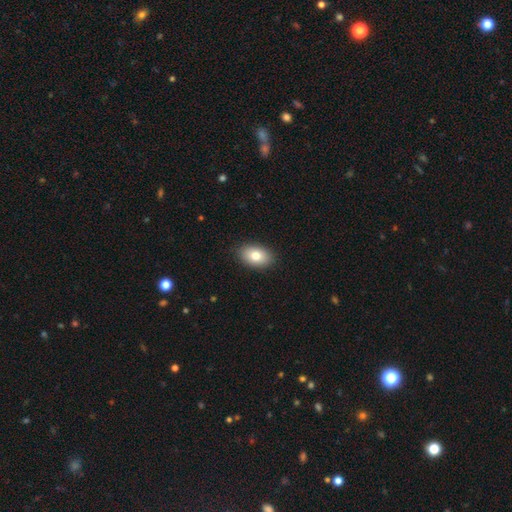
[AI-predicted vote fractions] smooth-or-featured: smooth: 80% | featured or disk: 12% | star or artifact: 8%
  how-rounded: in between: 89% | round: 10% | cigar-shaped: 1%
  merging: none: 89% | minor disturbance: 9% | major disturbance: 2% | merger: 1%